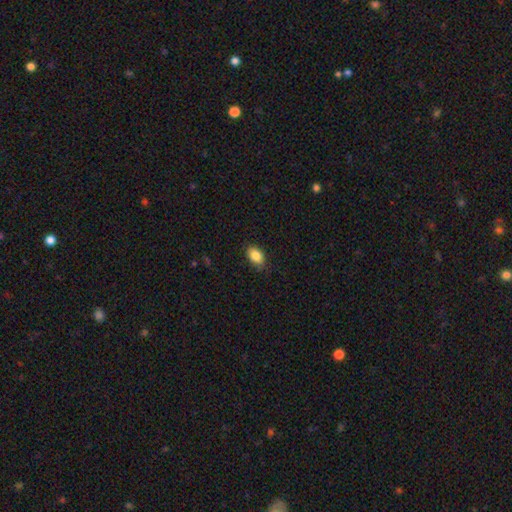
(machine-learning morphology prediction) Overall: smooth (85%). How rounded: in between (86%). Merging: none (82%).